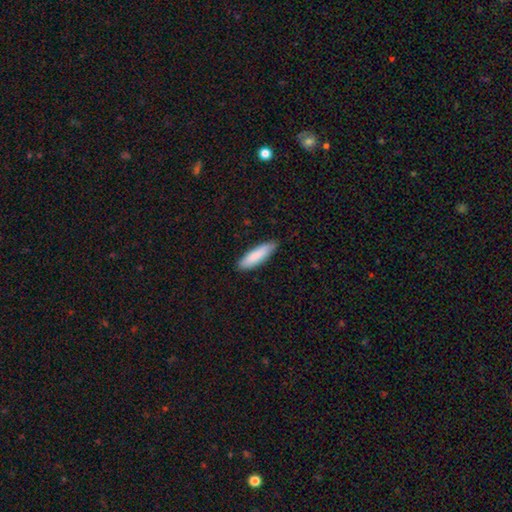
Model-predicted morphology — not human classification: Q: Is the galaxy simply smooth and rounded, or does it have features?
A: smooth — 86%.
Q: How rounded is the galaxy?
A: cigar-shaped — 60%.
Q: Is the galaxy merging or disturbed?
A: none — 84%.